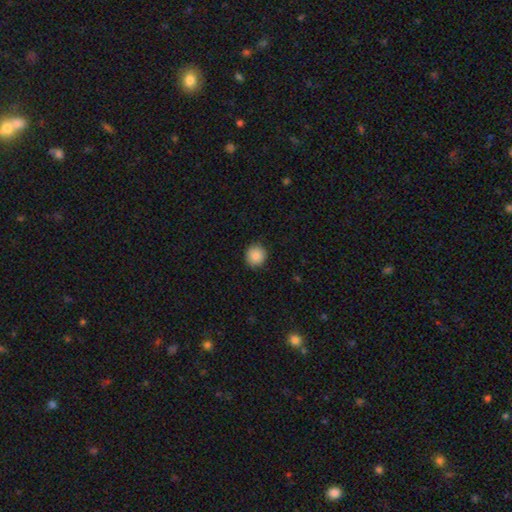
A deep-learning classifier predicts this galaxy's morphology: Overall: smooth (88%). How rounded: round (93%). Merging: none (90%).